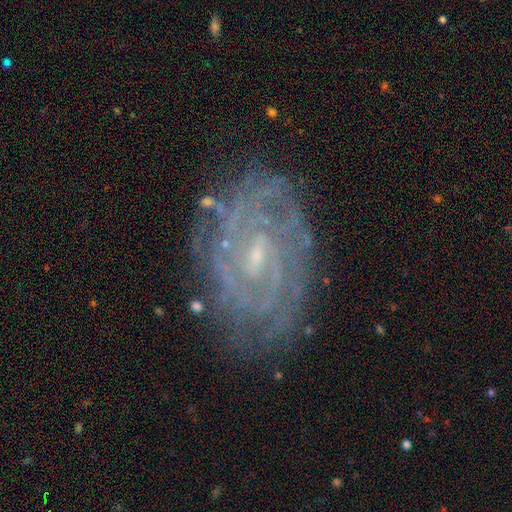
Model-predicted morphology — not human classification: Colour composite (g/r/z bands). It shows a featured or disk galaxy (85%) with a weak bar (53%), tight (74%) spiral arms (95%) and a small central bulge (74%). Merging: none (79%).